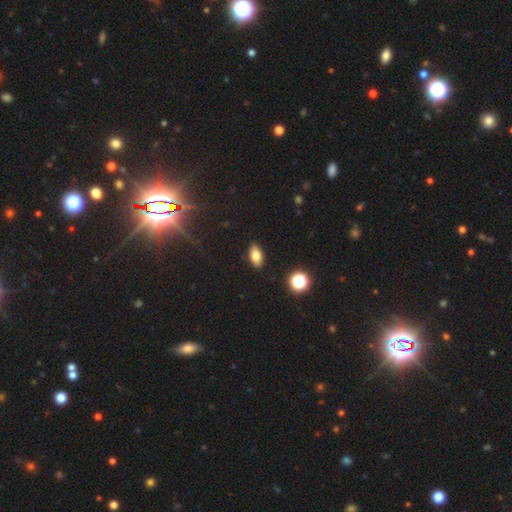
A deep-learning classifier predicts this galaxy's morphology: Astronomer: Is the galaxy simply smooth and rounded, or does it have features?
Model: smooth — 77%.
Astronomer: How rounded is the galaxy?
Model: in between — 88%.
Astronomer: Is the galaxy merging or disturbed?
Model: none — 89%.